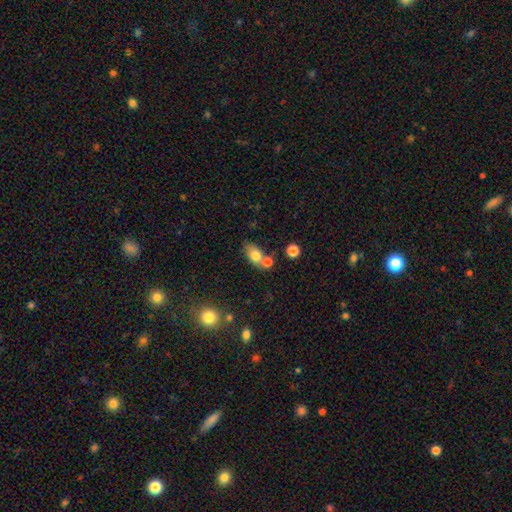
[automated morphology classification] type=smooth (77%); roundness=in between (78%); merging=none (51%).